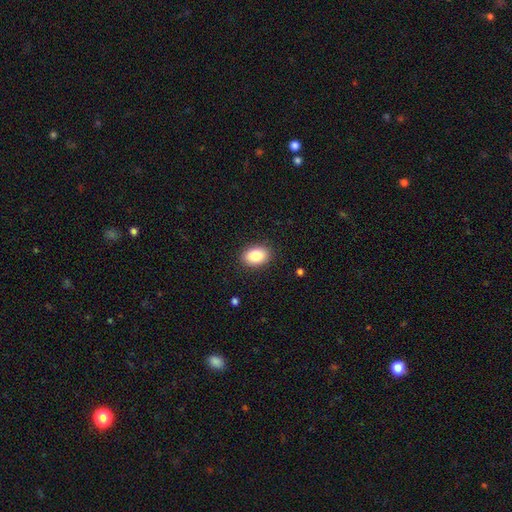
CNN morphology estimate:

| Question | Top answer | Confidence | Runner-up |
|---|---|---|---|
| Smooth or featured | smooth | 86% | star or artifact (8%) |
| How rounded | in between | 84% | round (15%) |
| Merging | none | 88% | minor disturbance (8%) |